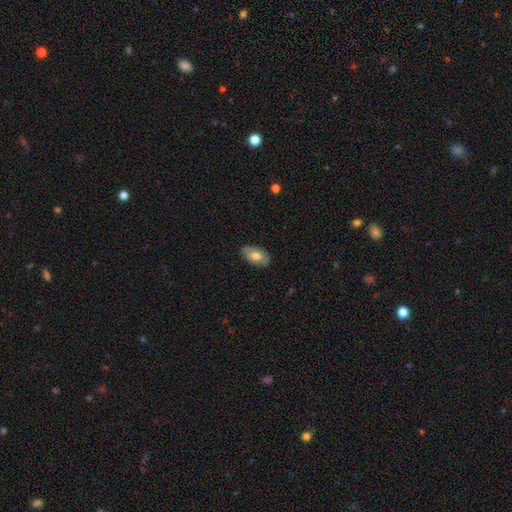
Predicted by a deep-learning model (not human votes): Q: Smooth or featured?
A: smooth (66%); runner-up: featured or disk (28%)
Q: How rounded?
A: in between (93%); runner-up: round (5%)
Q: Merging?
A: none (83%); runner-up: minor disturbance (14%)